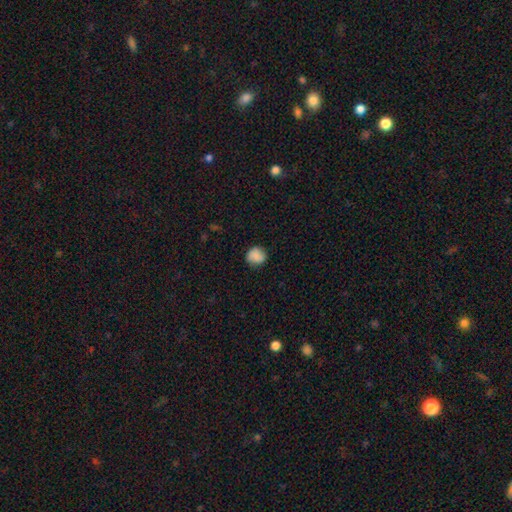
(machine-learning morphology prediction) The model was most divided on "merging": none: 81%, minor disturbance: 14%, major disturbance: 3%, merger: 1%. More confident: how rounded — round (84%); smooth or featured — smooth (84%).